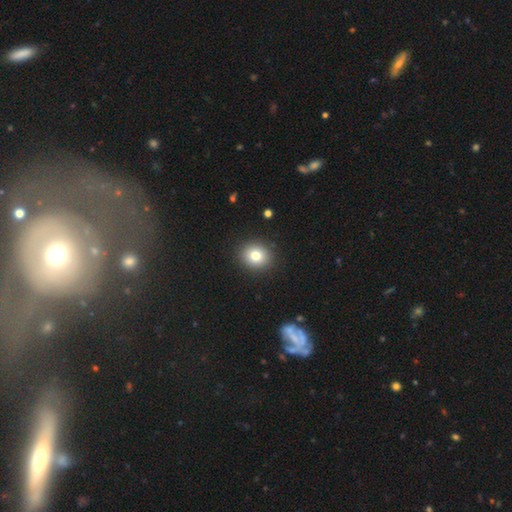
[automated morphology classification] smooth_or_featured: smooth (p=0.79) [alt: star or artifact p=0.11]
how_rounded: round (p=0.79) [alt: in between p=0.20]
merging: none (p=0.91) [alt: minor disturbance p=0.06]